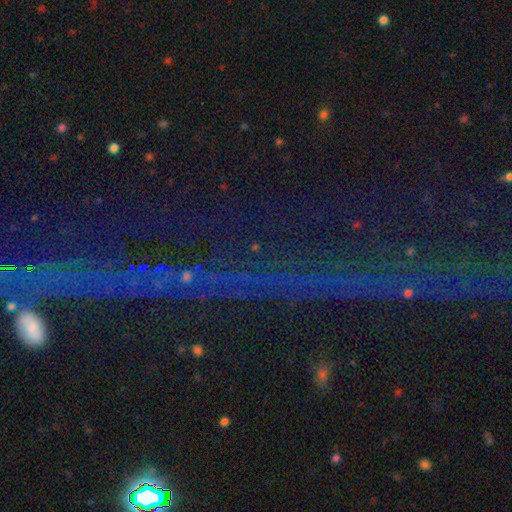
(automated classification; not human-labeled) Smooth or featured? Predicted: star or artifact (p=0.79).